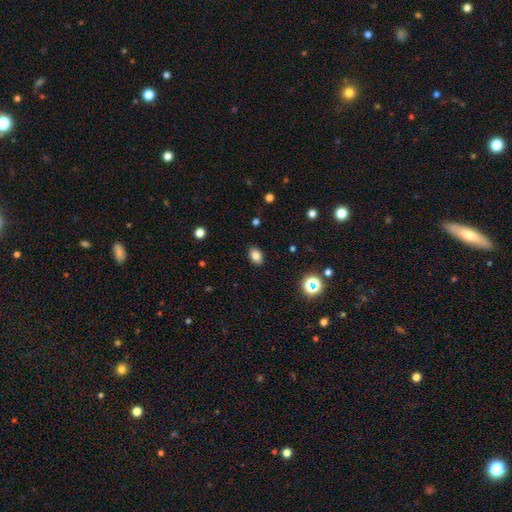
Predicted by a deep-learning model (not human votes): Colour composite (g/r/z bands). It shows a smooth galaxy with no disk features (81%) that is in between round and cigar-shaped (73%). Merging: none (89%).